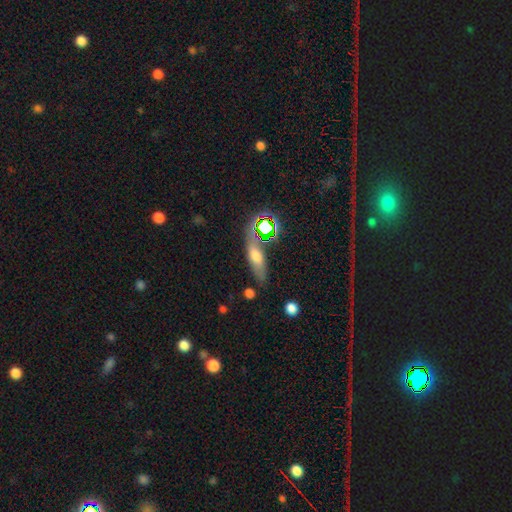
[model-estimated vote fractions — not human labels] Q: Smooth or featured?
A: smooth (57%); runner-up: featured or disk (29%)
Q: How rounded?
A: cigar-shaped (49%); runner-up: in between (44%)
Q: Merging?
A: none (74%); runner-up: minor disturbance (16%)